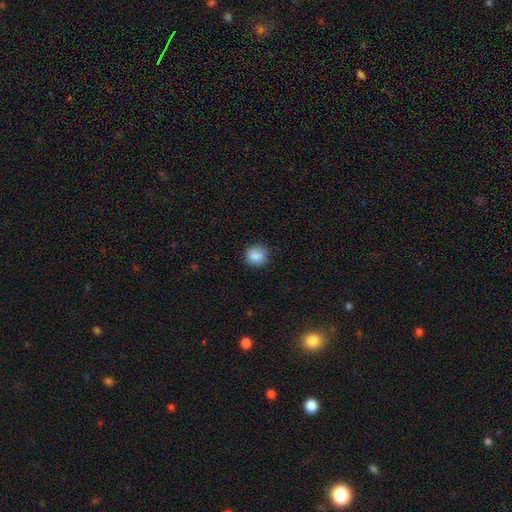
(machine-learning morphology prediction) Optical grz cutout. It shows a smooth galaxy with no disk features (88%) that is round (88%). Merging: none (88%).